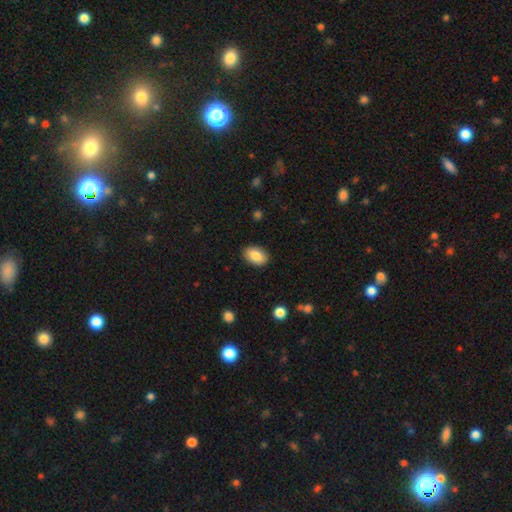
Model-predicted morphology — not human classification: Smooth or featured: smooth — 85% (featured or disk — 7%)
How rounded: in between — 88% (round — 11%)
Merging: none — 88% (minor disturbance — 9%)